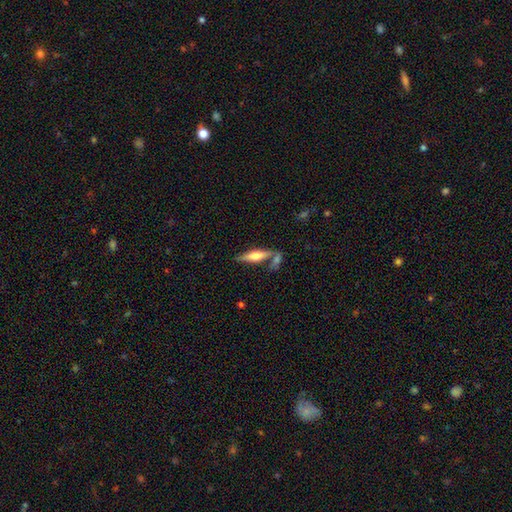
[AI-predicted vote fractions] Smooth or featured? featured or disk (51%)
Edge-on disk? yes (94%)
Merging? none (66%)